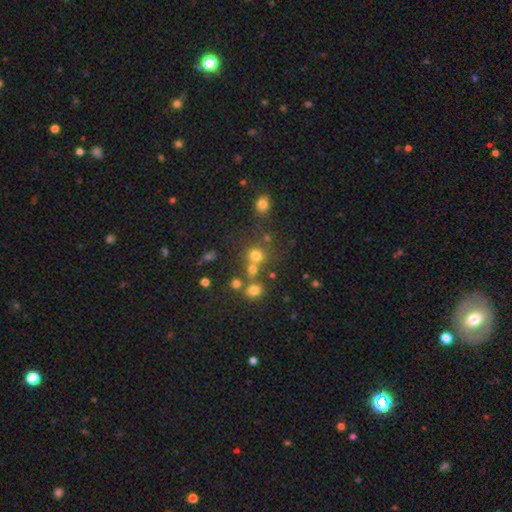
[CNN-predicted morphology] The model was most divided on "merging": none: 61%, merger: 25%, minor disturbance: 9%, major disturbance: 5%. More confident: how rounded — round (86%); smooth or featured — smooth (70%).